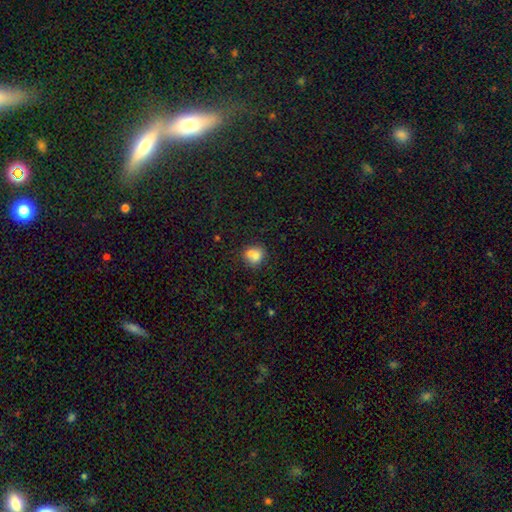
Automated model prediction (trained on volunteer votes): Overall: smooth (73%). How rounded: round (73%). Merging: merger (48%; none 39%).